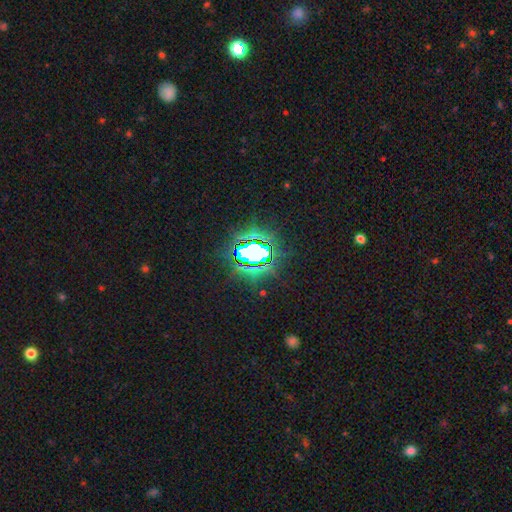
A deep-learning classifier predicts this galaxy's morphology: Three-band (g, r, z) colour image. It shows a star or artifact, not a galaxy (82%).